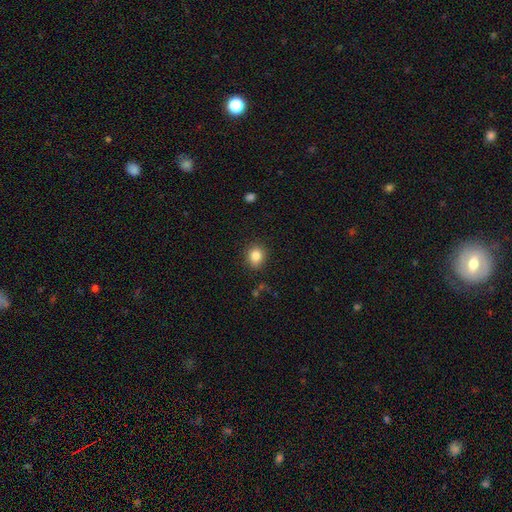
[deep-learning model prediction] This appears to be a smooth galaxy with no disk features (84%) that is round (70%). Merging: none (85%).